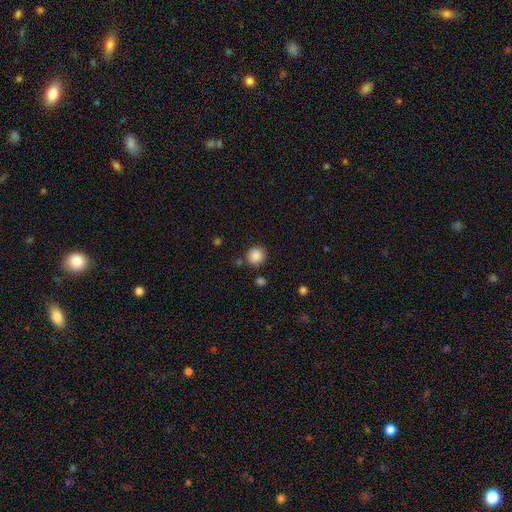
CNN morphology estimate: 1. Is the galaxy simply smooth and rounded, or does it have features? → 88% smooth, 9% star or artifact, 3% featured or disk.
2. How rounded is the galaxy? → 92% round, 7% in between, 1% cigar-shaped.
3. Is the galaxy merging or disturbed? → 85% none, 8% minor disturbance, 4% merger, 3% major disturbance.